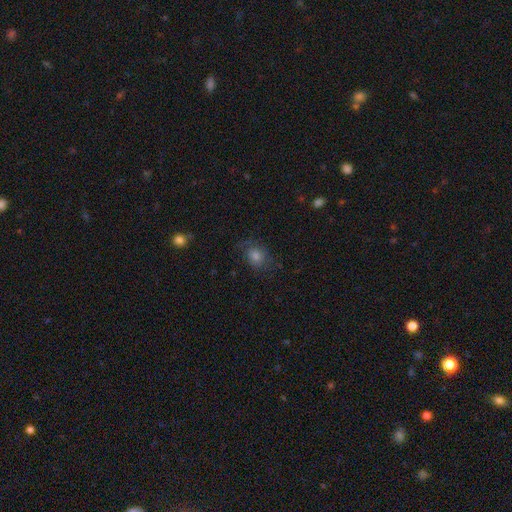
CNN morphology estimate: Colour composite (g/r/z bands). It shows a smooth galaxy with no disk features (64%) that is round (62%). Merging: none (66%).